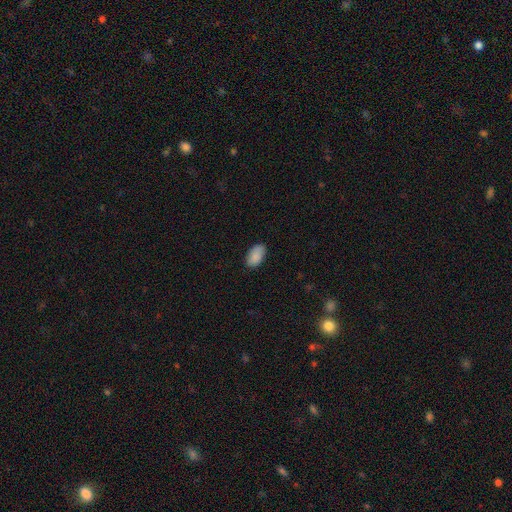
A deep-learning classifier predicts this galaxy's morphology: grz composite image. It shows a smooth galaxy with no disk features (88%) that is in between round and cigar-shaped (94%). Merging: none (83%).